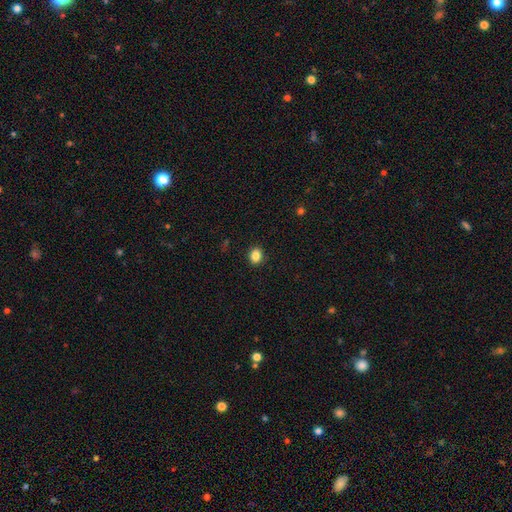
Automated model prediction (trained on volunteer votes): smooth_or_featured: smooth (p=0.84) [alt: star or artifact p=0.11]
how_rounded: round (p=0.60) [alt: in between p=0.39]
merging: none (p=0.90) [alt: minor disturbance p=0.07]